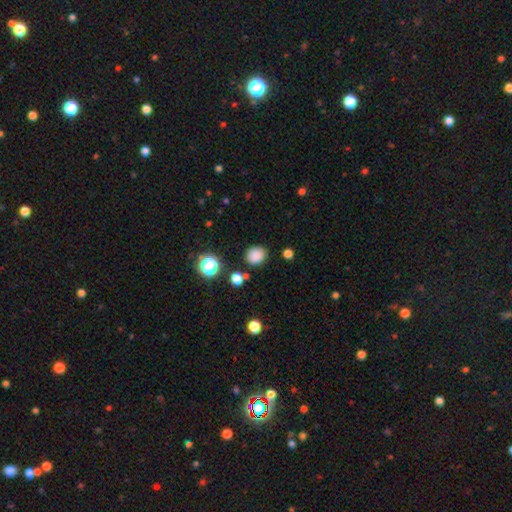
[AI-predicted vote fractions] A smooth galaxy with no disk features (83%) that is round (75%).

Vote fractions:
- Smooth or featured? smooth: 83% / star or artifact: 13% / featured or disk: 4%
- How rounded? round: 75% / in between: 24% / cigar-shaped: 1%
- Merging? none: 82% / minor disturbance: 11% / merger: 4% / major disturbance: 3%